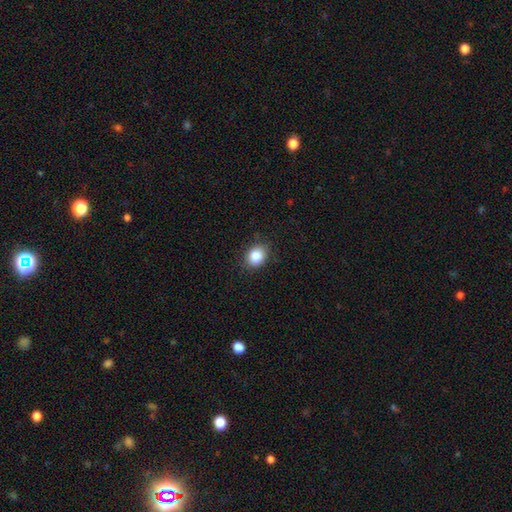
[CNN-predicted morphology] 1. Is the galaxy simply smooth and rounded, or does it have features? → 84% smooth, 9% star or artifact, 6% featured or disk.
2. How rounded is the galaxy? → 52% in between, 47% round, 1% cigar-shaped.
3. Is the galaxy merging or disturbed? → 86% none, 11% minor disturbance, 2% major disturbance, 1% merger.